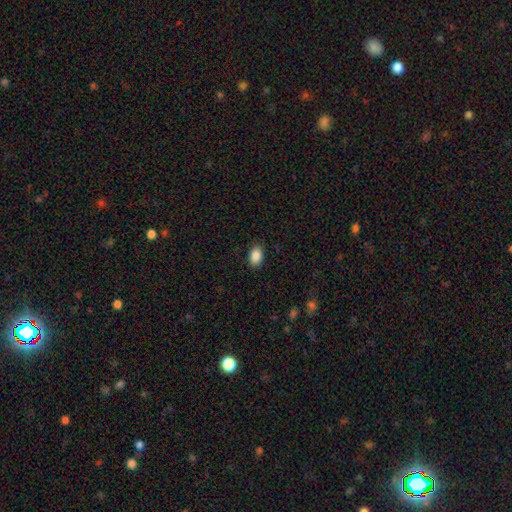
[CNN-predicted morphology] Q: Smooth or featured?
A: smooth (88%); runner-up: star or artifact (8%)
Q: How rounded?
A: in between (88%); runner-up: round (11%)
Q: Merging?
A: none (88%); runner-up: minor disturbance (9%)